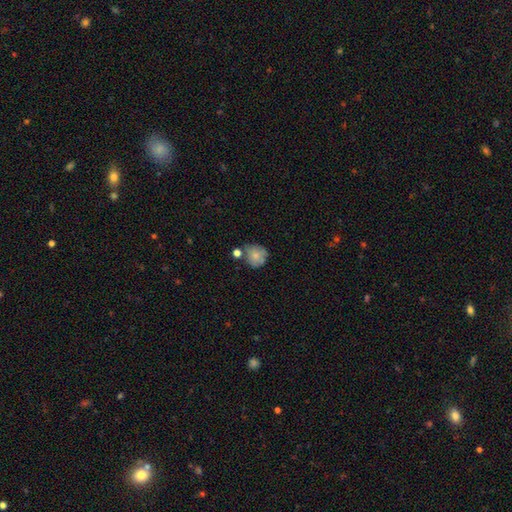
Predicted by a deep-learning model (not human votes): A smooth galaxy with no disk features (76%) that is round (85%).

Vote fractions:
- Smooth or featured? smooth: 76% / featured or disk: 15% / star or artifact: 8%
- How rounded? round: 85% / in between: 14% / cigar-shaped: 1%
- Merging? none: 57% / minor disturbance: 21% / merger: 16% / major disturbance: 6%